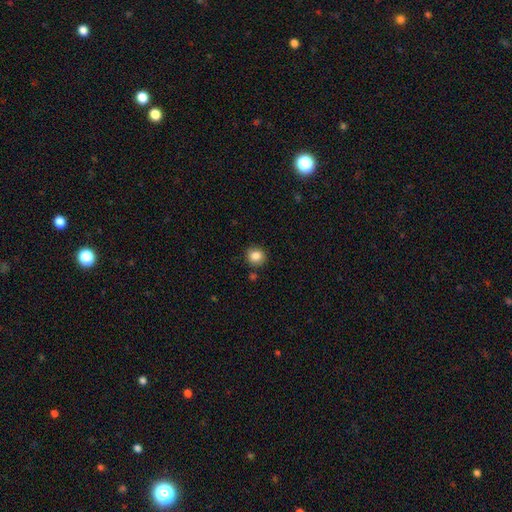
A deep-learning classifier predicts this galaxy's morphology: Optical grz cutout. It shows a smooth galaxy with no disk features (85%) that is round (91%). Merging: none (87%).